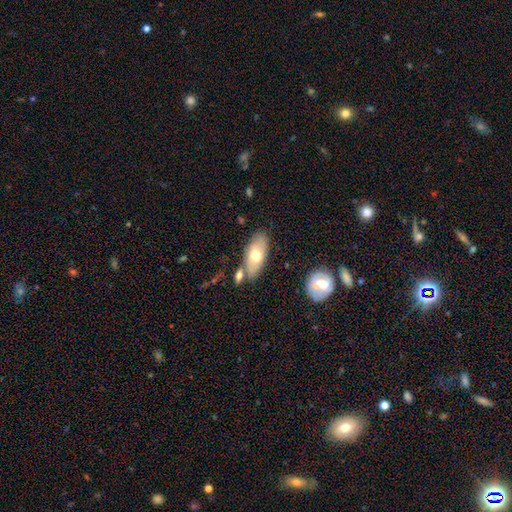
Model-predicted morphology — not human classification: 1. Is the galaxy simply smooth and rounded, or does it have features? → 62% smooth, 31% featured or disk, 7% star or artifact.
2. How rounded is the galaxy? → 85% in between, 12% cigar-shaped, 3% round.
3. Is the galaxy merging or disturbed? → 72% none, 14% minor disturbance, 11% merger, 3% major disturbance.